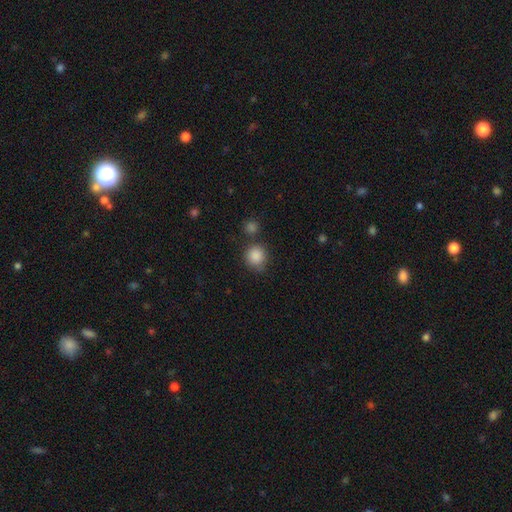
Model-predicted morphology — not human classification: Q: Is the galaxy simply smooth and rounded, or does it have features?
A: smooth — 87%.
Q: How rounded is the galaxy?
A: round — 88%.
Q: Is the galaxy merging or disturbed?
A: none — 71%.